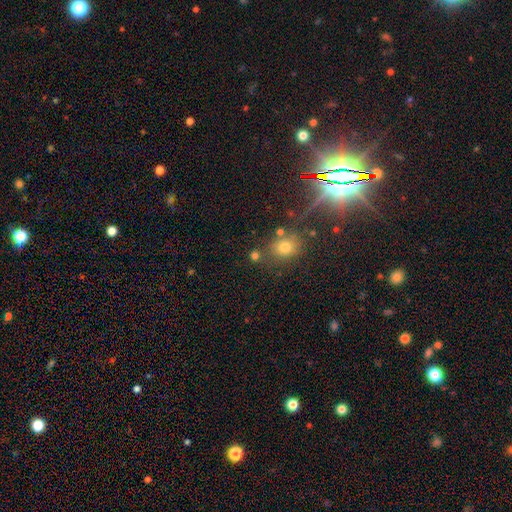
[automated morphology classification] type=smooth (56%); roundness=round (66%); merging=none (74%).